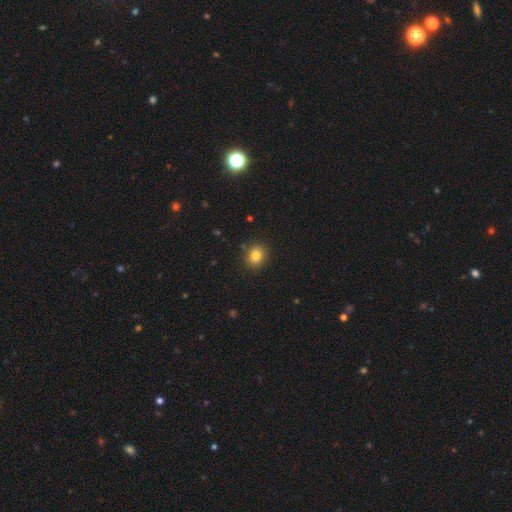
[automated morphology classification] Q: Smooth or featured?
A: smooth (82%); runner-up: star or artifact (11%)
Q: How rounded?
A: round (75%); runner-up: in between (24%)
Q: Merging?
A: none (88%); runner-up: minor disturbance (8%)